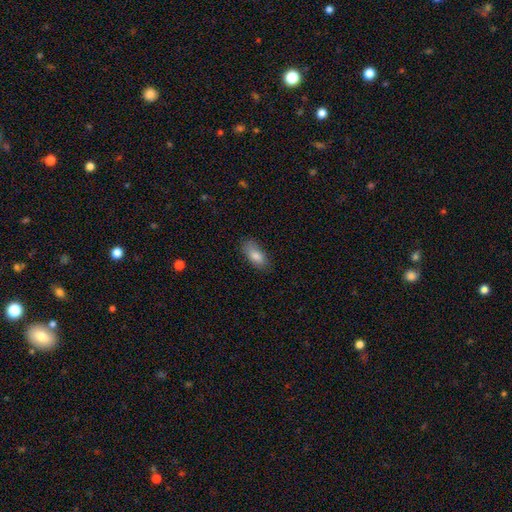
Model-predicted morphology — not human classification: type=smooth (83%); roundness=in between (84%); merging=none (79%).